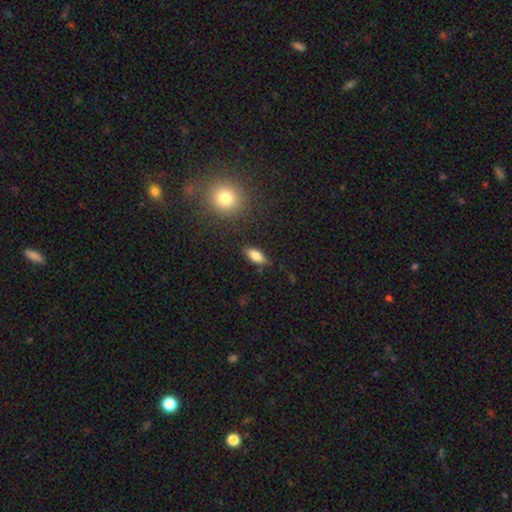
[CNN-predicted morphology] This appears to be a smooth galaxy with no disk features (78%) that is in between round and cigar-shaped (81%). Merging: none (83%).